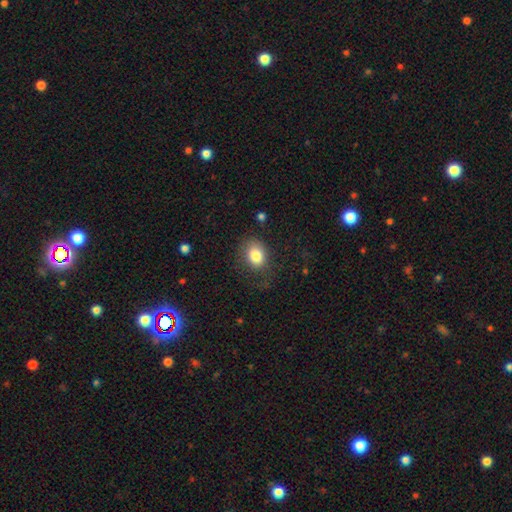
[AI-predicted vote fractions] Morphology: type=smooth (83%); roundness=in between (57%); merging=none (64%).